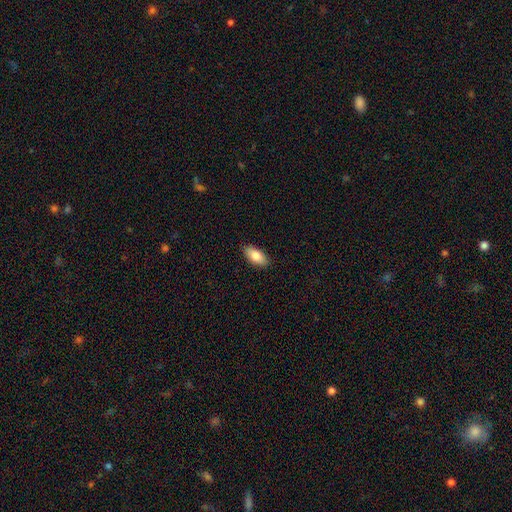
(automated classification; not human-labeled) Overall: smooth (83%). How rounded: in between (90%). Merging: none (89%).